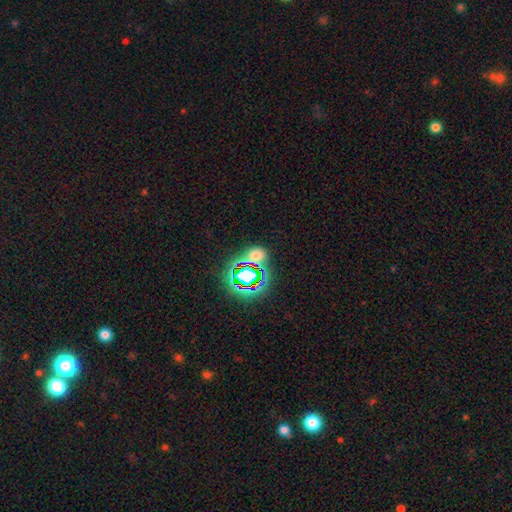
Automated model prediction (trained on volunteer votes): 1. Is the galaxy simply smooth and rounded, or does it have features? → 46% smooth, 45% star or artifact, 9% featured or disk.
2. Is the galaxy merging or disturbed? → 64% none, 14% merger, 14% minor disturbance, 8% major disturbance.